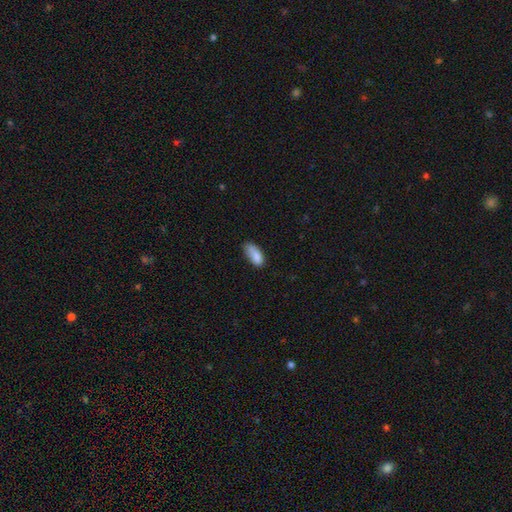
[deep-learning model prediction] smooth-or-featured: smooth: 86% | star or artifact: 8% | featured or disk: 6%
  how-rounded: in between: 84% | cigar-shaped: 14% | round: 2%
  merging: none: 55% | minor disturbance: 34% | major disturbance: 8% | merger: 3%